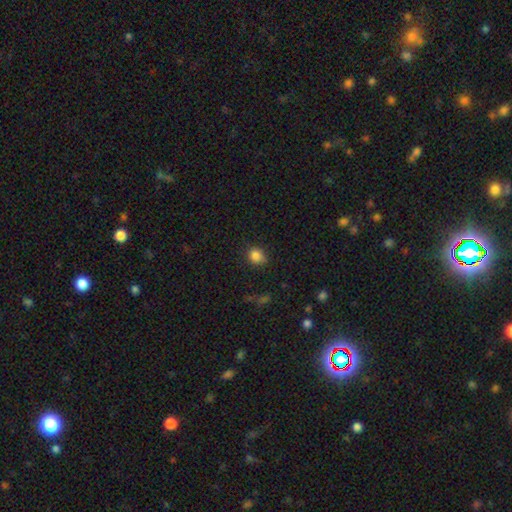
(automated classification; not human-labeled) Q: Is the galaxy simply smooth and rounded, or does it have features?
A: smooth — 84%.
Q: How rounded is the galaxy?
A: round — 64%.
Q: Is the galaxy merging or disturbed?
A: none — 78%.